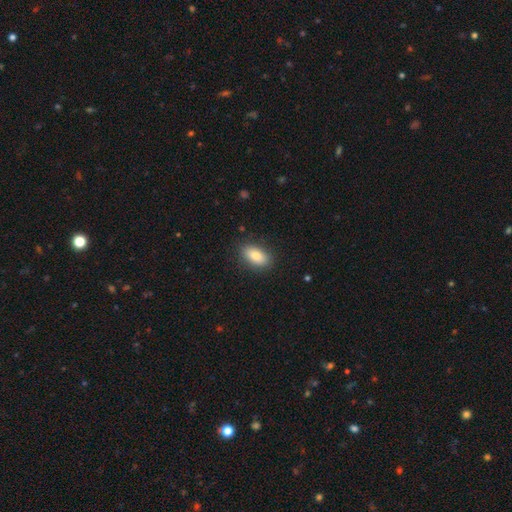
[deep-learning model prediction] This is clearly a smooth galaxy (80%). How rounded: clearly in between (89%). Merging: clearly none (87%).